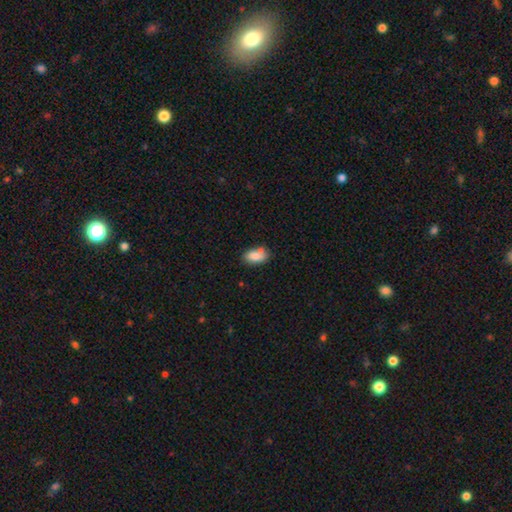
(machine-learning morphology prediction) smooth-or-featured: smooth: 82% | featured or disk: 10% | star or artifact: 8%
  how-rounded: in between: 90% | round: 7% | cigar-shaped: 3%
  merging: none: 64% | minor disturbance: 19% | merger: 12% | major disturbance: 4%